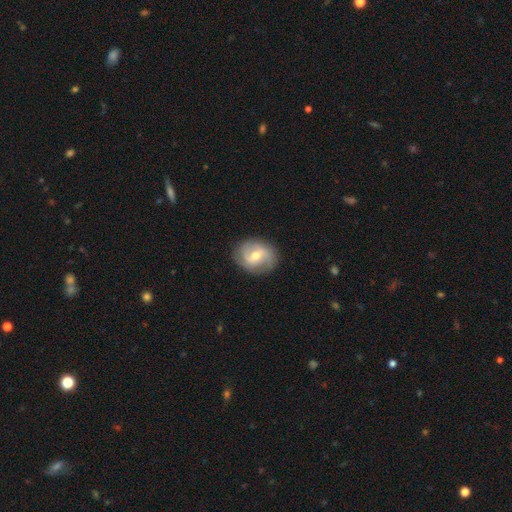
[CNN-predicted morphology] featured or disk 72%, smooth 22%, star or artifact 6%. Down the decision tree: edge-on disk — no (97%); bar — weak (53%); spiral arms — yes (89%); spiral arm count — 2 (71%); spiral winding — medium (45%); bulge size — moderate (63%); merging — none (82%).